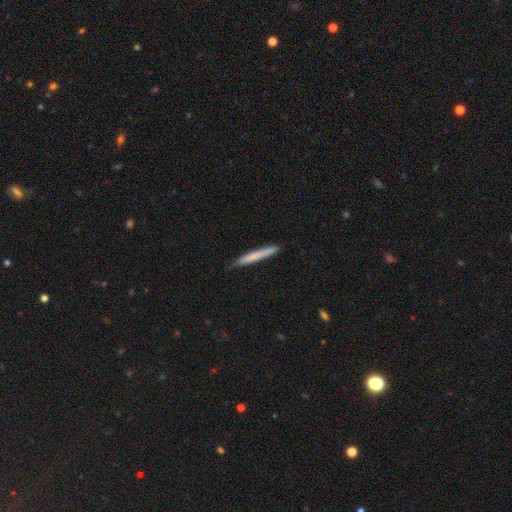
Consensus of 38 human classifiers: Smooth or featured? 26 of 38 (68%) said smooth. How rounded? 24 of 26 (92%) said cigar-shaped. Merging? 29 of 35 (83%) said none.